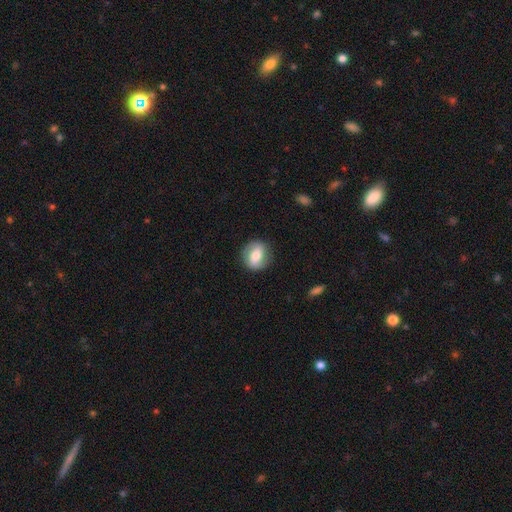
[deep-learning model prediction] A smooth galaxy with no disk features (55%) that is round (68%).

Vote fractions:
- Smooth or featured? smooth: 55% / featured or disk: 38% / star or artifact: 8%
- How rounded? round: 68% / in between: 30% / cigar-shaped: 2%
- Merging? none: 83% / minor disturbance: 12% / major disturbance: 4% / merger: 1%